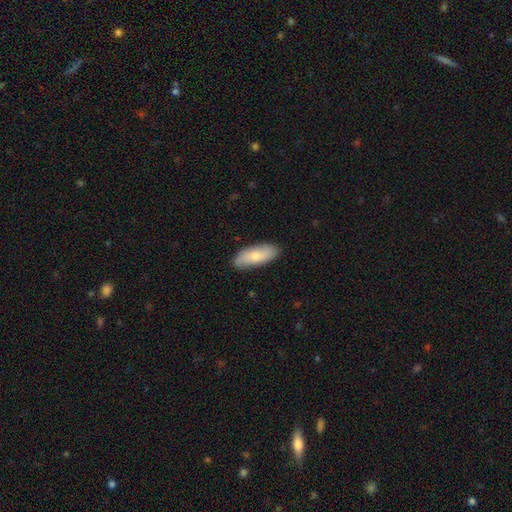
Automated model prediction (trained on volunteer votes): Morphology: type=smooth (70%); roundness=in between (75%); merging=none (86%).